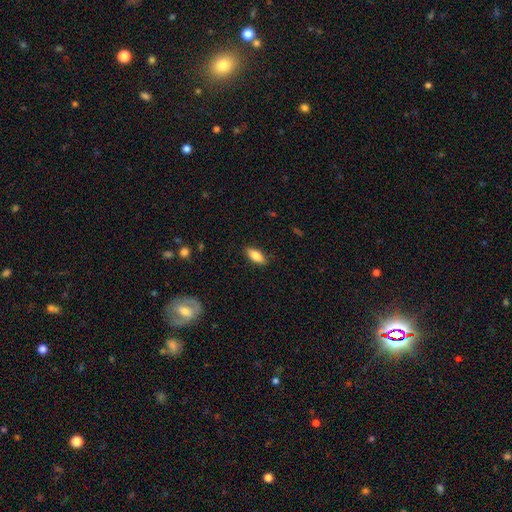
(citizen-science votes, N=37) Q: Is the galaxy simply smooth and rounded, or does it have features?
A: smooth — 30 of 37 (81%).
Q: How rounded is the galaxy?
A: in between — 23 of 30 (77%).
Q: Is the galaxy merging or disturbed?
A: none — 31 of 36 (86%).